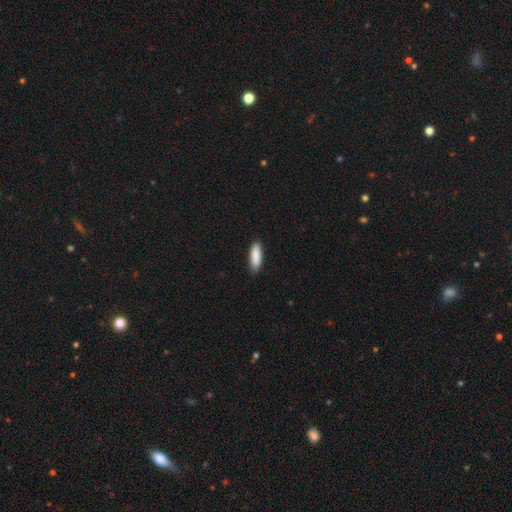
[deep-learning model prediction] Overall: smooth (88%). How rounded: cigar-shaped (53%; in between 45%). Merging: none (87%).